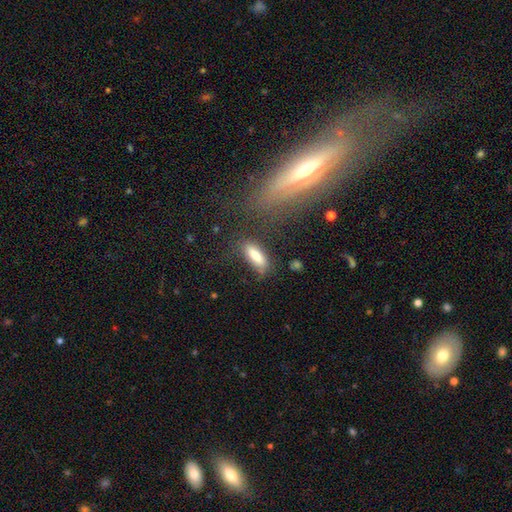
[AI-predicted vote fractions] Overall: smooth (79%). How rounded: in between (61%; cigar-shaped 37%). Merging: none (68%).